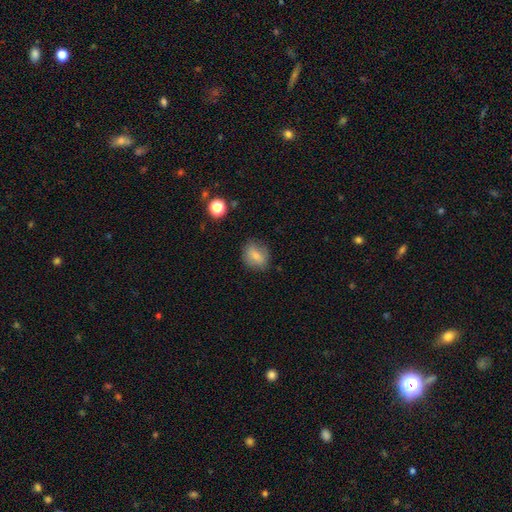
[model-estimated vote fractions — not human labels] Smooth or featured? smooth (75%)
How rounded? round (54%)
Merging? none (78%)